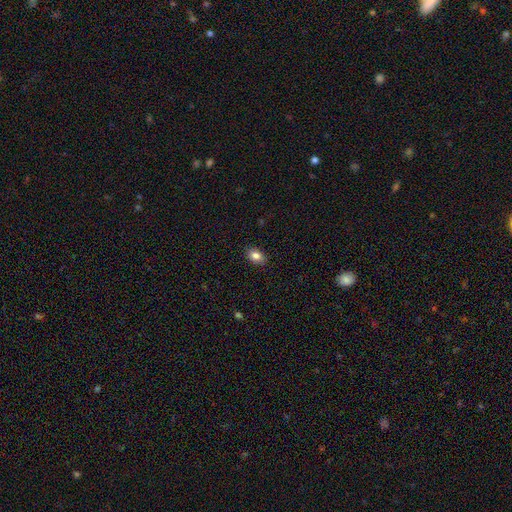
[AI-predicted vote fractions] Overall: smooth (84%). How rounded: in between (81%). Merging: none (88%).